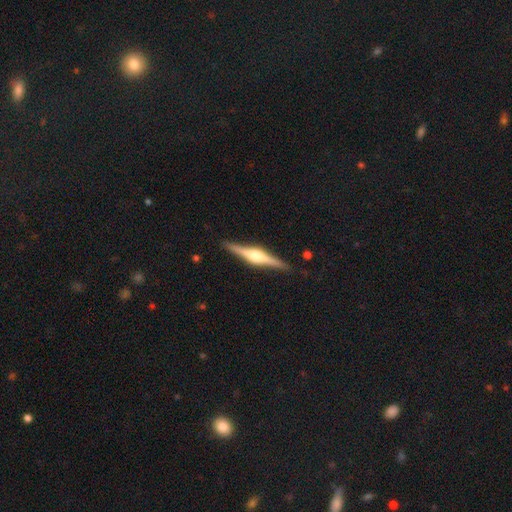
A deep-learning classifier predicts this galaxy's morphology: type=featured or disk (82%); edge-on=yes (98%); edge-on bulge=rounded (89%); merging=none (90%).